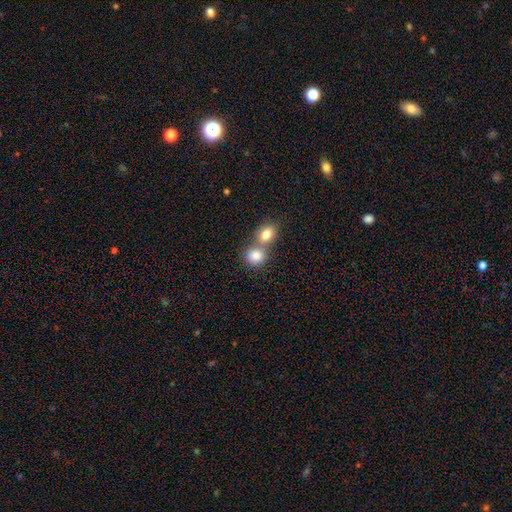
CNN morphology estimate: Q: Smooth or featured?
A: smooth (82%); runner-up: star or artifact (9%)
Q: How rounded?
A: round (72%); runner-up: in between (26%)
Q: Merging?
A: merger (54%); runner-up: none (37%)